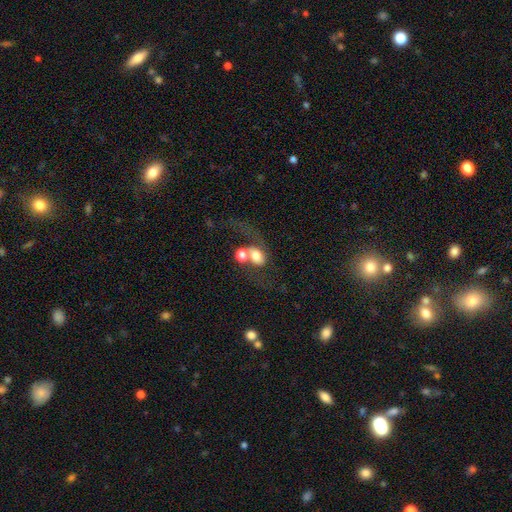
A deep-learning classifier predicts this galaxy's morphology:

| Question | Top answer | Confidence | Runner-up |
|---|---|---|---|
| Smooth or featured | smooth | 55% | featured or disk (34%) |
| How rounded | in between | 54% | round (44%) |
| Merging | merger | 53% | none (19%) |